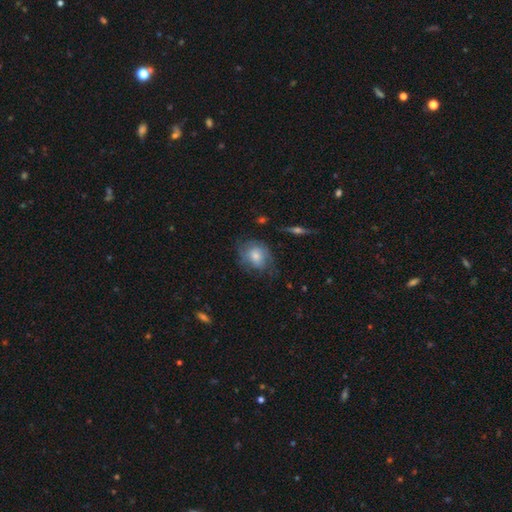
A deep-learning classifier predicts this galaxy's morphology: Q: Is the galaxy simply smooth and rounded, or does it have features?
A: smooth — 59%.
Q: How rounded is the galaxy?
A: round — 56%.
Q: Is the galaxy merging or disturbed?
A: none — 56%.